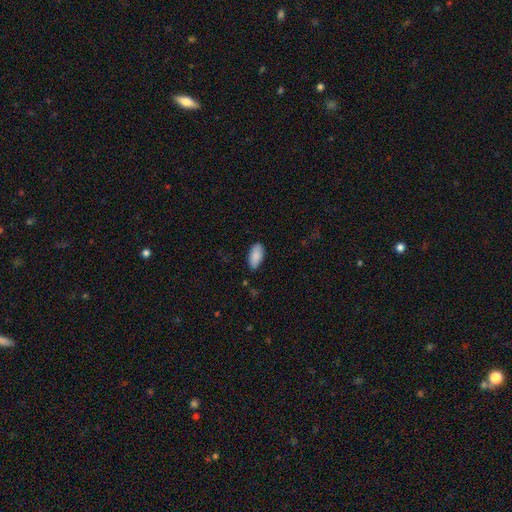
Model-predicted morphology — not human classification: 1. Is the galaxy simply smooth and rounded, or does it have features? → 89% smooth, 6% star or artifact, 5% featured or disk.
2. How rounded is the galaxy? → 93% in between, 5% cigar-shaped, 2% round.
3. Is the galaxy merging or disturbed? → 84% none, 12% minor disturbance, 2% major disturbance, 1% merger.